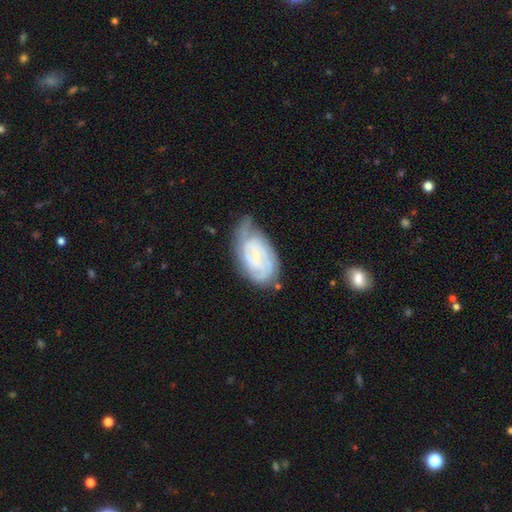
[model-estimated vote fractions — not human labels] This is likely a featured or disk galaxy (74%). It is clearly not viewed edge-on (96%). Bar: possibly no (53%). Spiral arm pattern: clearly yes (92%). Spiral arm count: marginally can't tell (36%). Spiral winding: likely tight (66%). Central bulge: likely small (72%). Merging: possibly none (51%).